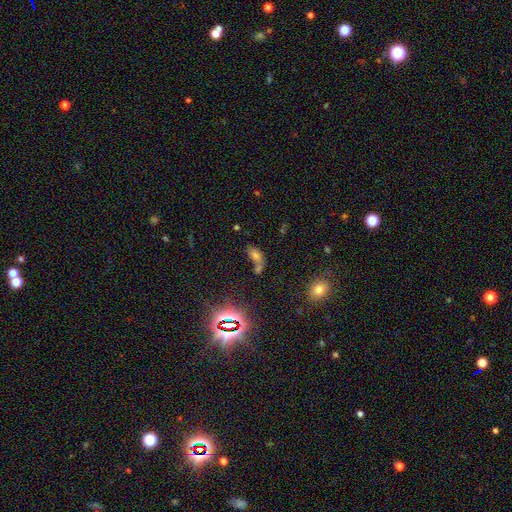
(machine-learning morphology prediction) Smooth or featured? smooth (46%)
Merging? none (43%)